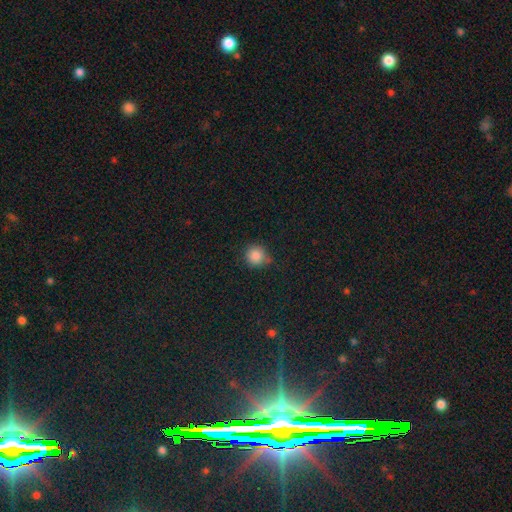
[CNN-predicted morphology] This is clearly a smooth galaxy (85%). How rounded: clearly round (92%). Merging: likely none (72%).